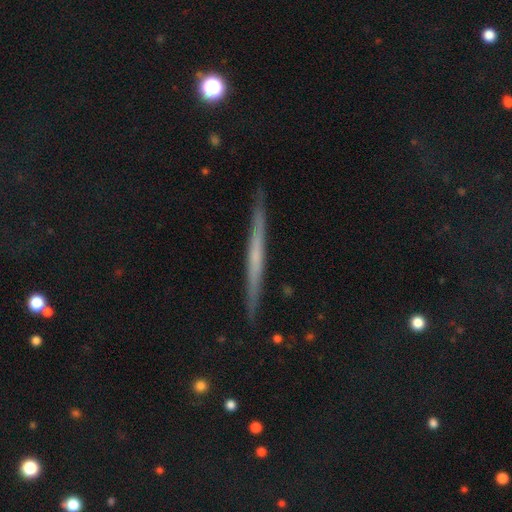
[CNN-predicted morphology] featured or disk 59%, smooth 35%, star or artifact 6%. Down the decision tree: edge-on disk — yes (98%); edge-on bulge — none (83%); merging — none (91%).